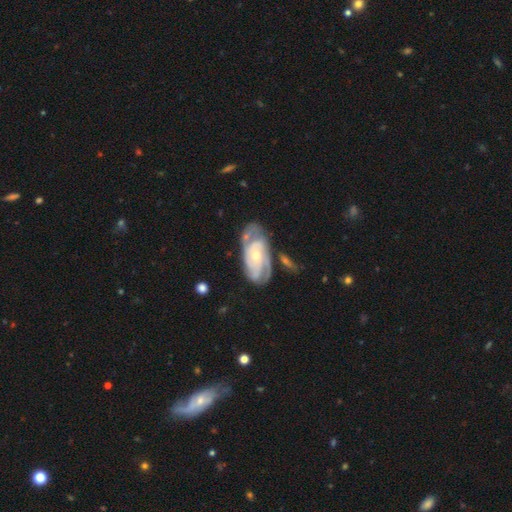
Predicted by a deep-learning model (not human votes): Morphology: type=featured or disk (86%); edge-on=no (96%); bar=no (66%); spiral arms=yes (95%); winding=tight (59%); arm count=2 (39%); bulge=moderate (48%); merging=none (63%).